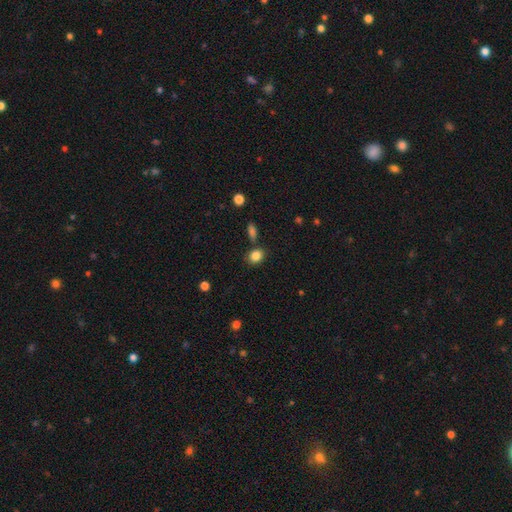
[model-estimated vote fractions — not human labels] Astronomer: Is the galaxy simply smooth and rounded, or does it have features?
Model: smooth — 85%.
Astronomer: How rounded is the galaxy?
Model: round — 51% (runner-up: in between, 47%).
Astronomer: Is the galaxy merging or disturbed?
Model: none — 76%.